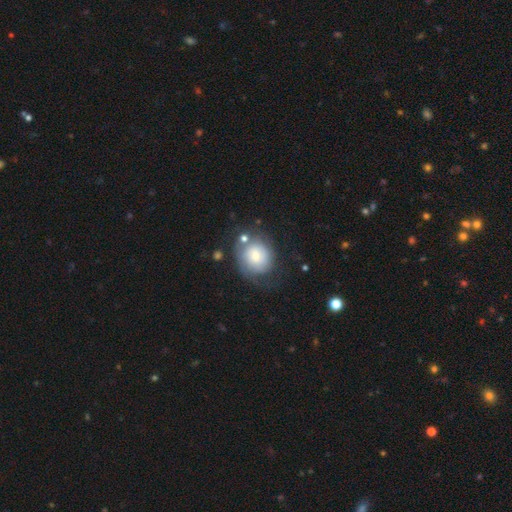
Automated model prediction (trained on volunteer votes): Morphology: type=smooth (63%); roundness=round (78%); merging=none (52%).